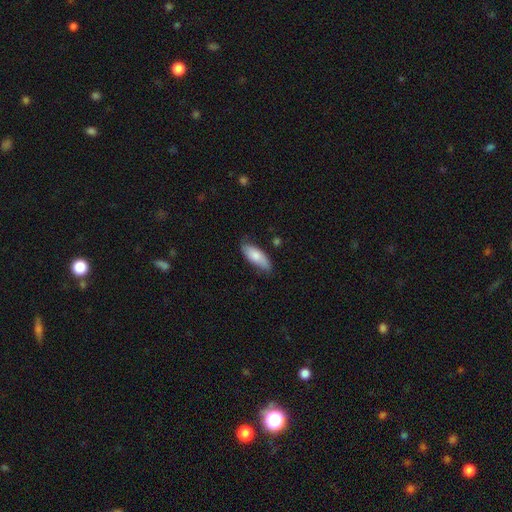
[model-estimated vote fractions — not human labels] Smooth or featured? Predicted: smooth (p=0.78). How rounded? Predicted: in between (p=0.73). Merging? Predicted: none (p=0.73).